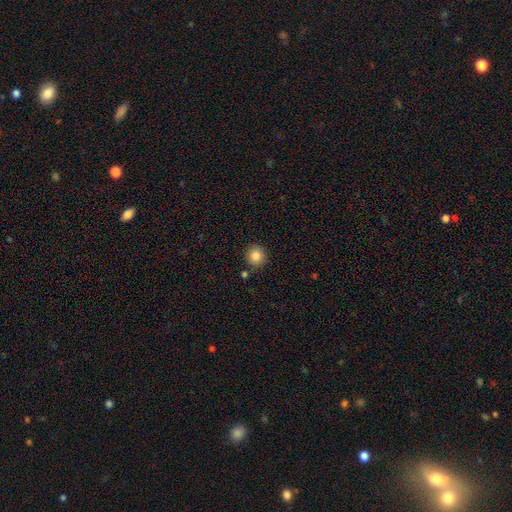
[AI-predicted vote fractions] This appears to be a smooth galaxy with no disk features (84%) that is round (92%). Merging: none (87%).